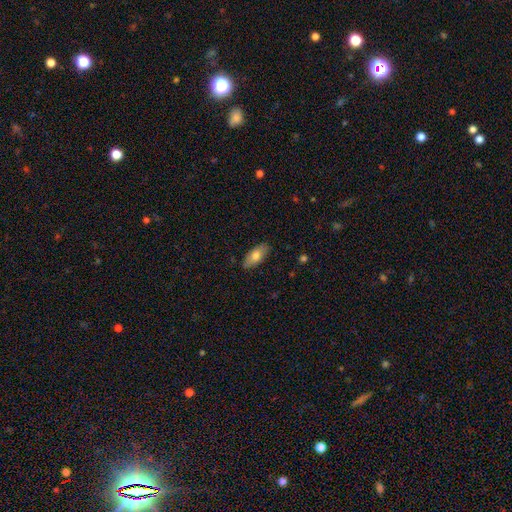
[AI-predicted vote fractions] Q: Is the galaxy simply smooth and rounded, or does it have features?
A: smooth — 73%.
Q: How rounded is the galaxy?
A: in between — 86%.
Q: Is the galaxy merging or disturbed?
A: none — 86%.